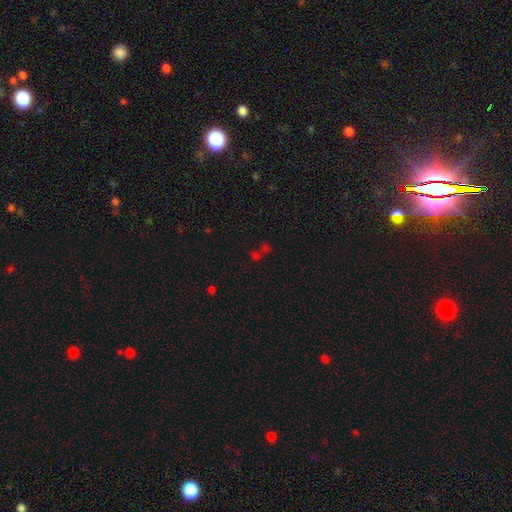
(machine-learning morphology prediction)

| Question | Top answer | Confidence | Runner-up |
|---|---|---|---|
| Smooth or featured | star or artifact | 47% | smooth (43%) |